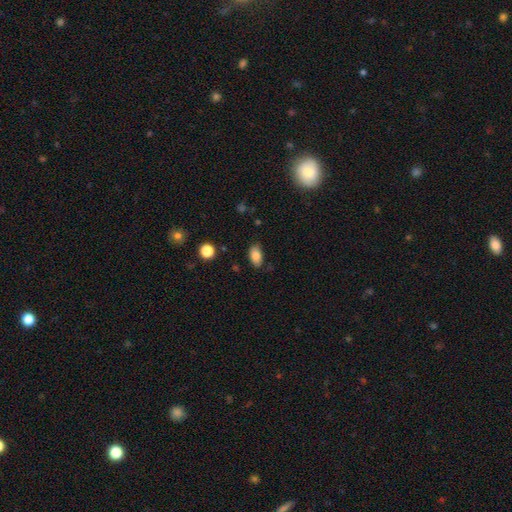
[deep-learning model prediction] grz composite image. It shows a smooth galaxy with no disk features (82%) that is in between round and cigar-shaped (91%). Merging: none (81%).